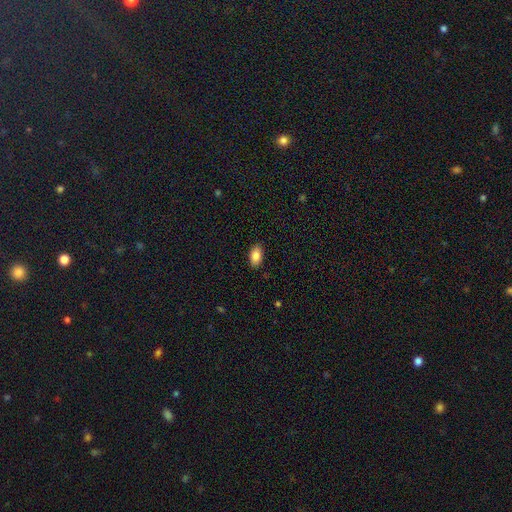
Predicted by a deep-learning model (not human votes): This appears to be a smooth galaxy with no disk features (85%) that is in between round and cigar-shaped (93%). Merging: none (88%).